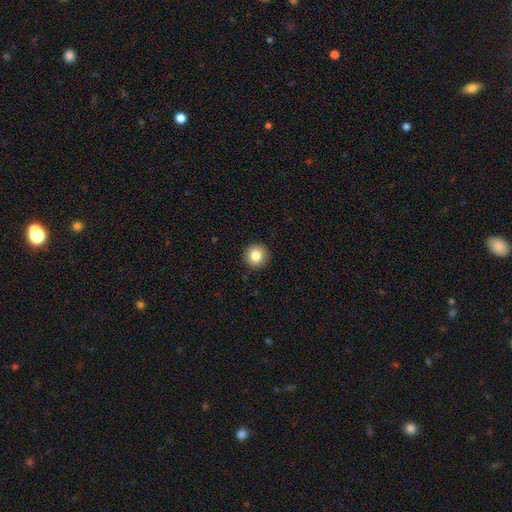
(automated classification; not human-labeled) Morphology: type=smooth (84%); roundness=round (94%); merging=none (92%).